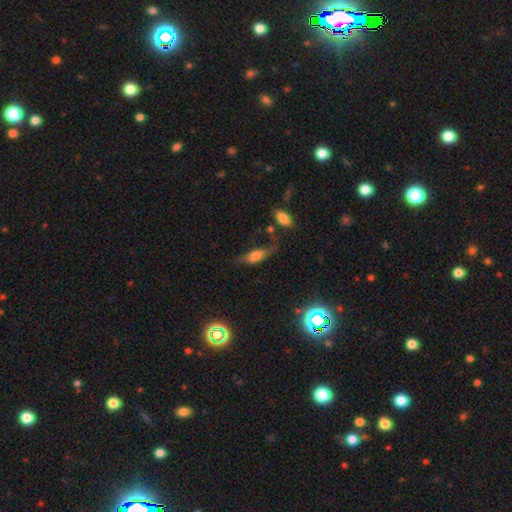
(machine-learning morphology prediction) Smooth or featured? Predicted: smooth (p=0.49). Merging? Predicted: none (p=0.44).